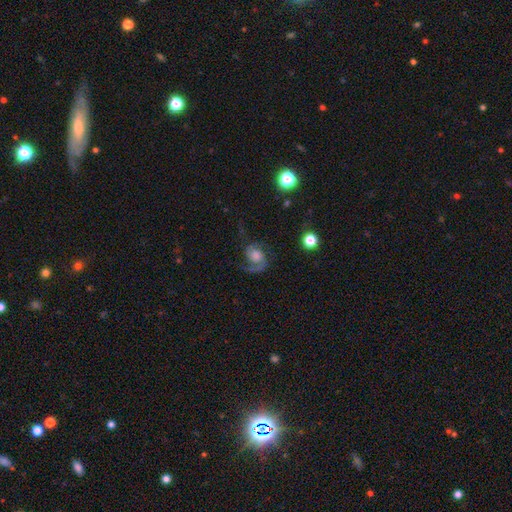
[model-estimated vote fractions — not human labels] Smooth or featured?
  - featured or disk: 82% *
  - smooth: 10%
  - star or artifact: 8%
Edge-on disk?
  - no: 98% *
  - yes: 2%
Bar?
  - no: 67% *
  - weak: 28%
  - strong: 5%
Spiral arms?
  - yes: 97% *
  - no: 3%
Spiral winding?
  - medium: 52% *
  - loose: 26%
  - tight: 23%
Spiral arm count?
  - 2: 76% *
  - 1: 17%
  - can't tell: 3%
  - 3: 2%
  - 4: 1%
  - more than 4: 1%
Bulge size?
  - moderate: 32% *
  - large: 28%
  - small: 18%
  - none: 17%
  - dominant: 5%
Merging?
  - none: 65% *
  - minor disturbance: 17%
  - major disturbance: 16%
  - merger: 2%